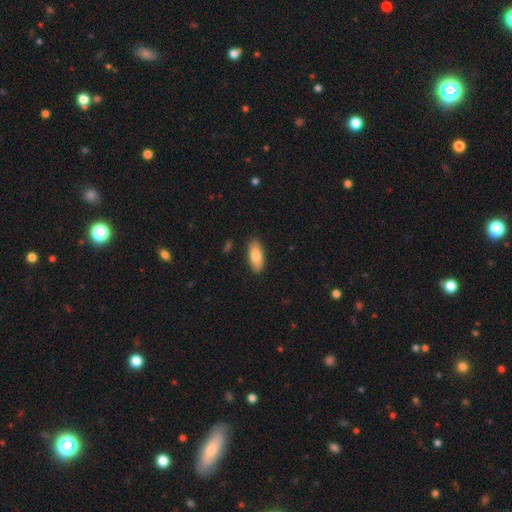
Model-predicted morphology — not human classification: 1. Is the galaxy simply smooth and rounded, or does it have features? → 83% smooth, 12% featured or disk, 6% star or artifact.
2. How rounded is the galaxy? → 80% in between, 18% cigar-shaped, 2% round.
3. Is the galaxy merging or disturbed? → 87% none, 10% minor disturbance, 2% major disturbance, 1% merger.